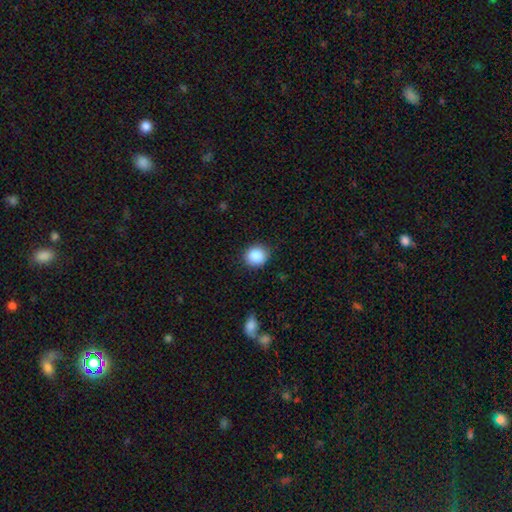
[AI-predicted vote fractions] Smooth or featured?
  - smooth: 88% *
  - star or artifact: 9%
  - featured or disk: 3%
How rounded?
  - round: 81% *
  - in between: 18%
  - cigar-shaped: 1%
Merging?
  - none: 85% *
  - minor disturbance: 11%
  - major disturbance: 3%
  - merger: 1%